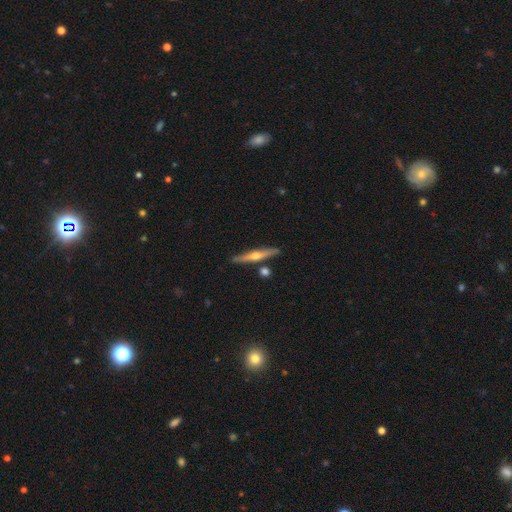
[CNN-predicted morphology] A featured or disk galaxy (65%) viewed edge-on (96%) with a rounded central bulge (89%). Merging: none (84%).